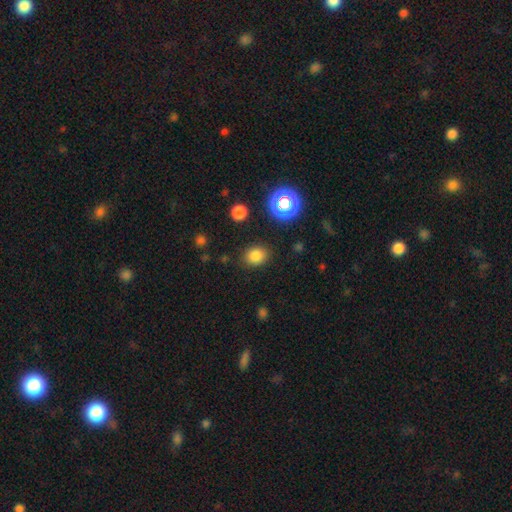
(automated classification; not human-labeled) This is clearly a smooth galaxy (80%). How rounded: possibly round (52%). Merging: clearly none (85%).